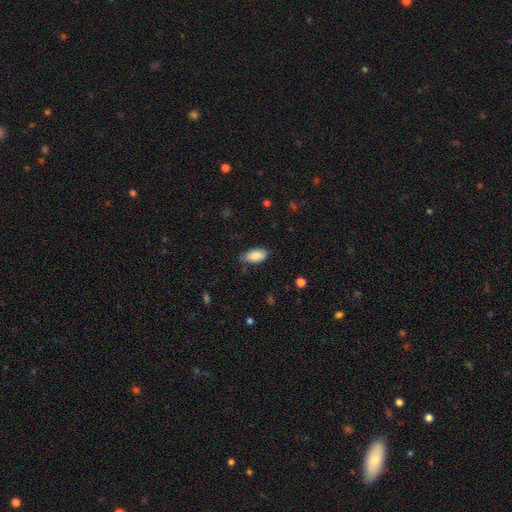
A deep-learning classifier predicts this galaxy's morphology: A smooth galaxy with no disk features (84%) that is in between round and cigar-shaped (93%).

Vote fractions:
- Smooth or featured? smooth: 84% / featured or disk: 9% / star or artifact: 7%
- How rounded? in between: 93% / cigar-shaped: 4% / round: 3%
- Merging? none: 73% / minor disturbance: 22% / major disturbance: 3% / merger: 1%